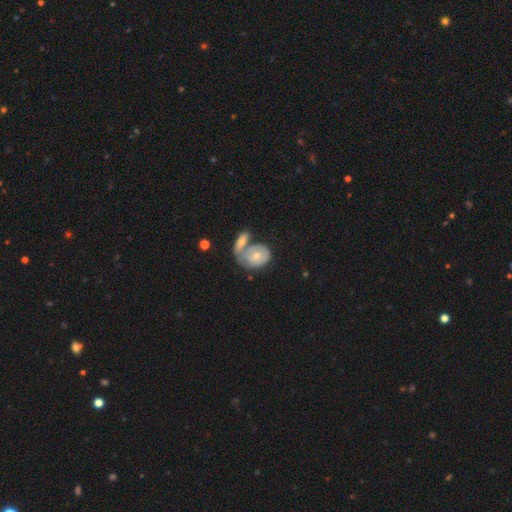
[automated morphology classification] Smooth or featured?
  - smooth: 51% *
  - featured or disk: 43%
  - star or artifact: 6%
How rounded?
  - in between: 57% *
  - round: 41%
  - cigar-shaped: 2%
Merging?
  - merger: 52% *
  - none: 28%
  - minor disturbance: 12%
  - major disturbance: 8%